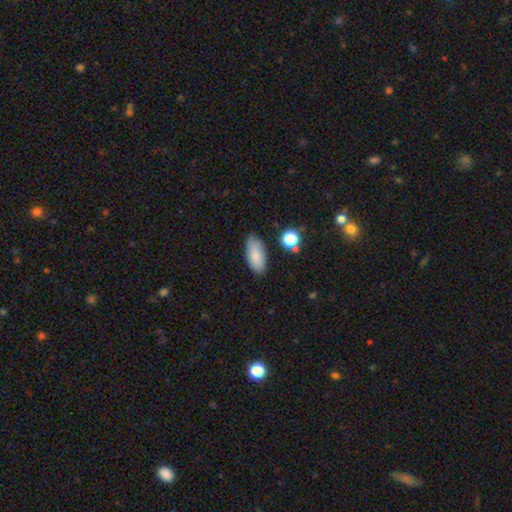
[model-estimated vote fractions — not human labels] This appears to be a smooth galaxy with no disk features (83%) that is in between round and cigar-shaped (90%). Merging: none (81%).